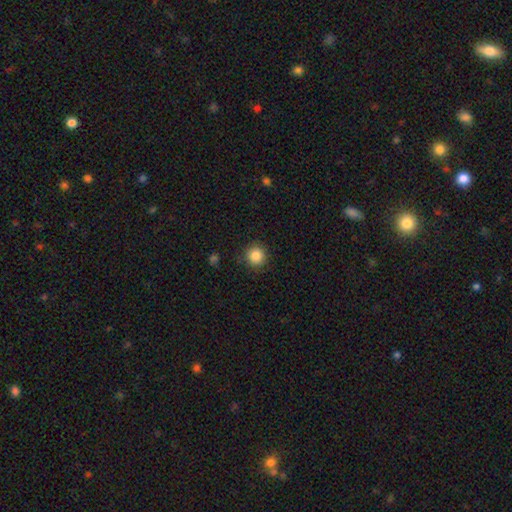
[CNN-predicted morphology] smooth-or-featured: smooth: 86% | star or artifact: 10% | featured or disk: 5%
  how-rounded: round: 94% | in between: 5% | cigar-shaped: 1%
  merging: none: 89% | minor disturbance: 7% | major disturbance: 2% | merger: 1%